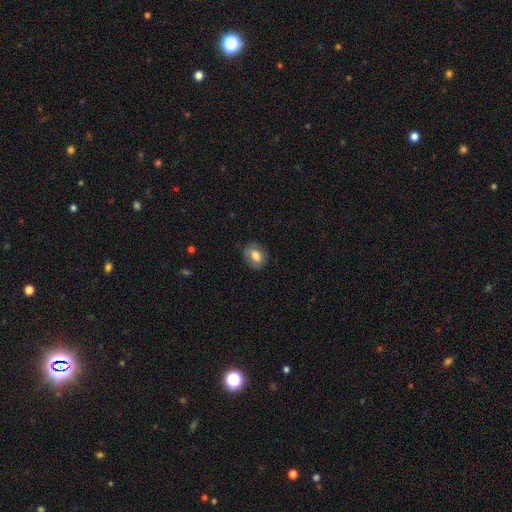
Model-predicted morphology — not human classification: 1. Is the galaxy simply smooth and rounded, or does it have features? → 74% smooth, 18% featured or disk, 8% star or artifact.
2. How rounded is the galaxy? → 64% in between, 34% round, 1% cigar-shaped.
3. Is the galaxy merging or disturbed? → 82% none, 13% minor disturbance, 4% major disturbance, 1% merger.